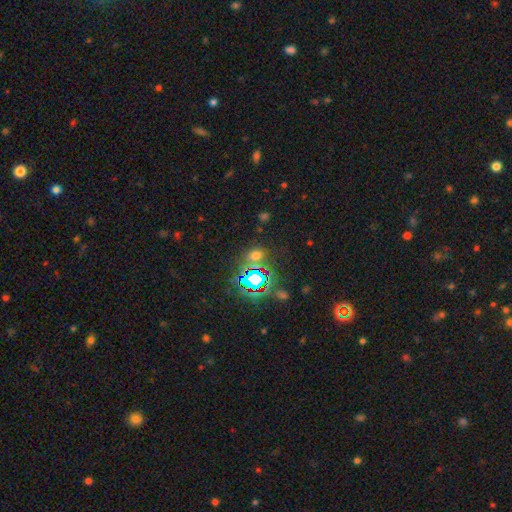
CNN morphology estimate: Q: Smooth or featured?
A: star or artifact (51%); runner-up: smooth (42%)